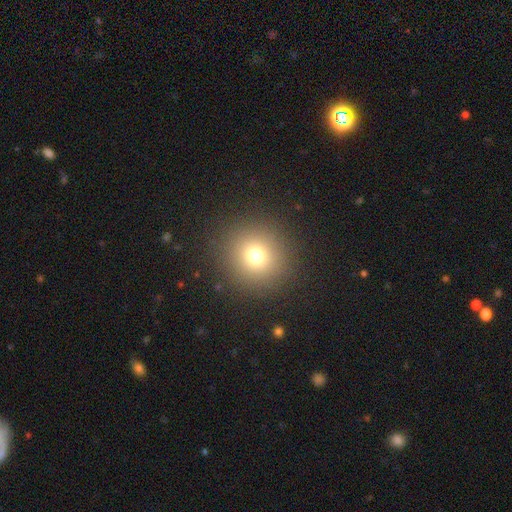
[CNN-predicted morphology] Overall: smooth (73%). How rounded: round (94%). Merging: none (90%).